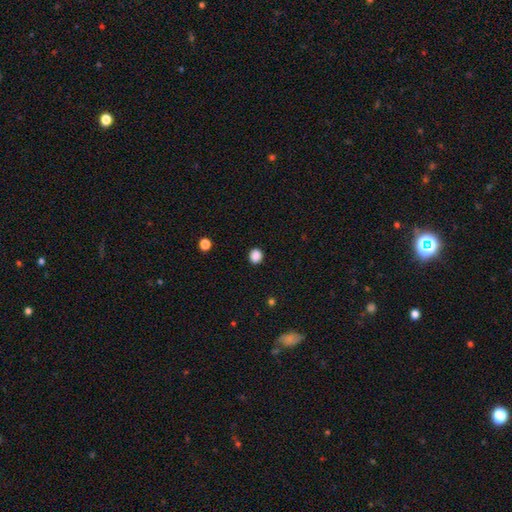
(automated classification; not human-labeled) A smooth galaxy with no disk features (87%) that is round (83%). Merging: none (91%).